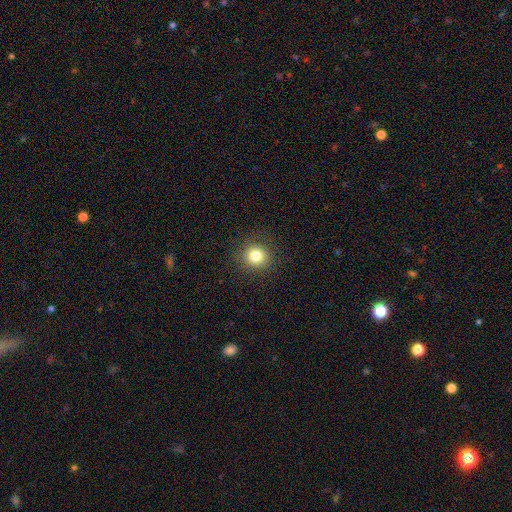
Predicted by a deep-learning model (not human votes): Smooth or featured? Predicted: smooth (p=0.81). How rounded? Predicted: round (p=0.90). Merging? Predicted: none (p=0.90).